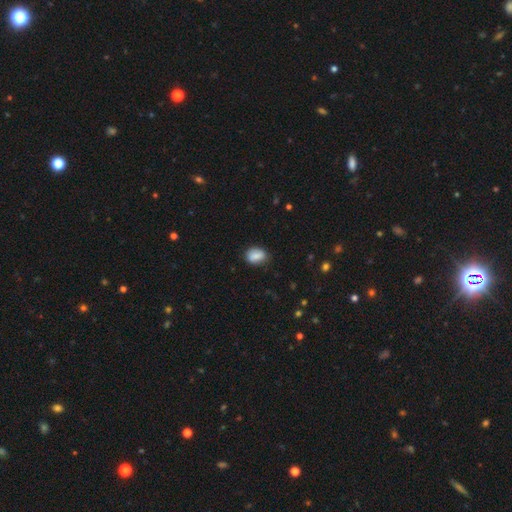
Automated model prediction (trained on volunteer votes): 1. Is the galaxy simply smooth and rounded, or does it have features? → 84% smooth, 8% featured or disk, 8% star or artifact.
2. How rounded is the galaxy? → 72% in between, 26% round, 2% cigar-shaped.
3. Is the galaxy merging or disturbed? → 78% none, 17% minor disturbance, 3% major disturbance, 1% merger.